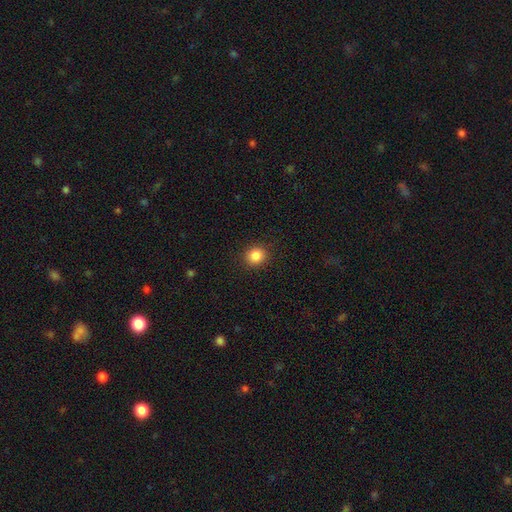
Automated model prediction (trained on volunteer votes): Smooth or featured?
  - smooth: 86% *
  - star or artifact: 10%
  - featured or disk: 4%
How rounded?
  - round: 87% *
  - in between: 12%
  - cigar-shaped: 1%
Merging?
  - none: 91% *
  - minor disturbance: 6%
  - major disturbance: 2%
  - merger: 1%